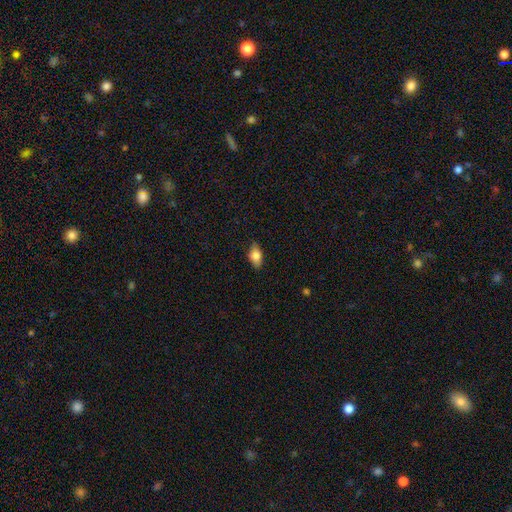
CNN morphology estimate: A smooth galaxy with no disk features (79%) that is in between round and cigar-shaped (87%).

Vote fractions:
- Smooth or featured? smooth: 79% / featured or disk: 14% / star or artifact: 7%
- How rounded? in between: 87% / round: 7% / cigar-shaped: 5%
- Merging? none: 83% / minor disturbance: 13% / major disturbance: 2% / merger: 1%